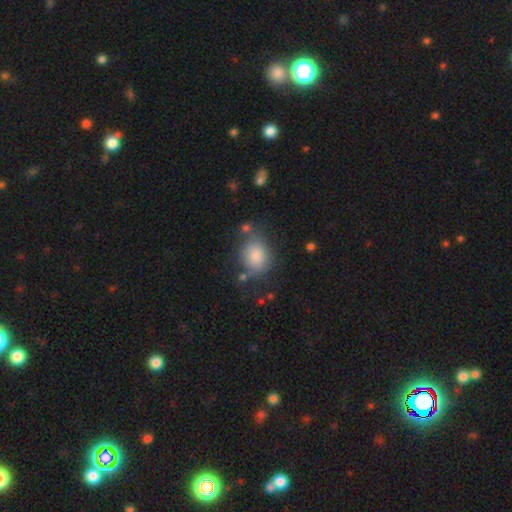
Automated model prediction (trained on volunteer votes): Smooth or featured: smooth — 83% (featured or disk — 9%)
How rounded: round — 55% (in between — 44%)
Merging: none — 60% (minor disturbance — 23%)